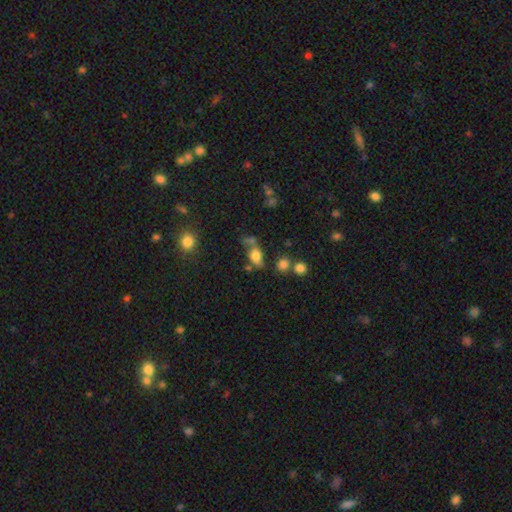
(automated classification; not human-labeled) Q: Smooth or featured?
A: smooth (68%); runner-up: featured or disk (18%)
Q: How rounded?
A: in between (70%); runner-up: round (23%)
Q: Merging?
A: none (47%); runner-up: merger (24%)